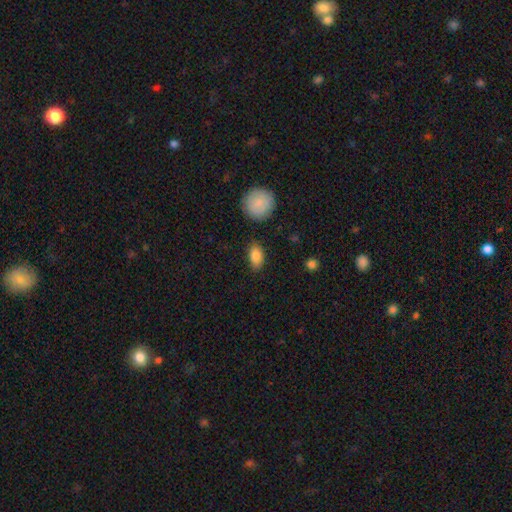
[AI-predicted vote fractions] Q: Smooth or featured?
A: smooth (84%); runner-up: featured or disk (8%)
Q: How rounded?
A: in between (85%); runner-up: round (12%)
Q: Merging?
A: none (82%); runner-up: minor disturbance (13%)